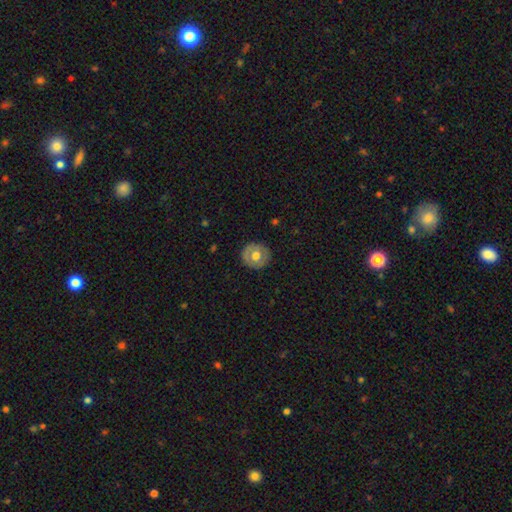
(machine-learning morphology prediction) Overall: smooth (56%; featured or disk 38%). How rounded: round (90%). Merging: none (87%).